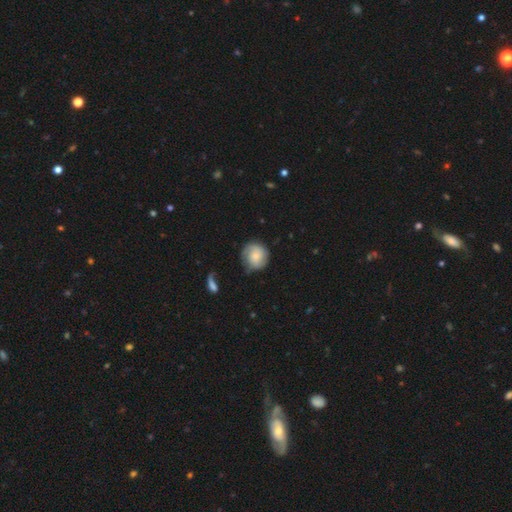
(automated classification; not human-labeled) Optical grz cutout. It shows a smooth galaxy with no disk features (59%) that is round (87%). Merging: none (71%).